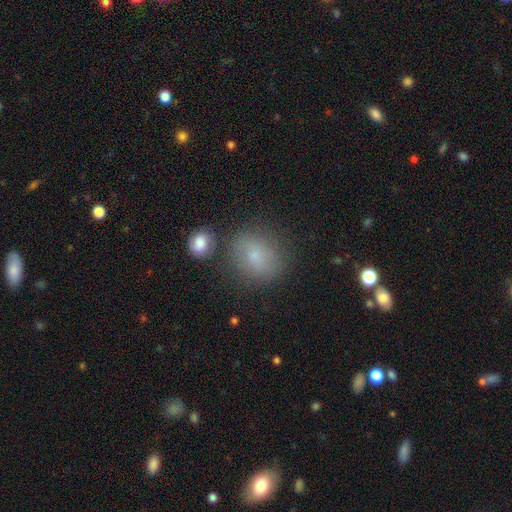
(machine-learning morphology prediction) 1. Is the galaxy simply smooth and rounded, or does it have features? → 72% smooth, 16% featured or disk, 12% star or artifact.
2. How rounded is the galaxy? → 70% round, 29% in between, 1% cigar-shaped.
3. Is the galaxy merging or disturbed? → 74% none, 14% minor disturbance, 6% merger, 5% major disturbance.